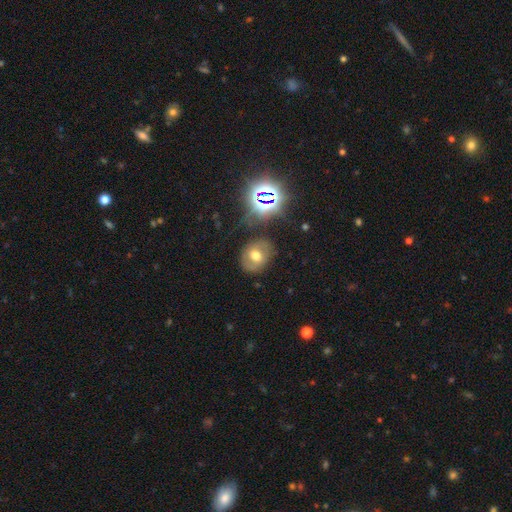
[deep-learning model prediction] This is possibly a smooth galaxy (47%). Merging: likely none (74%).